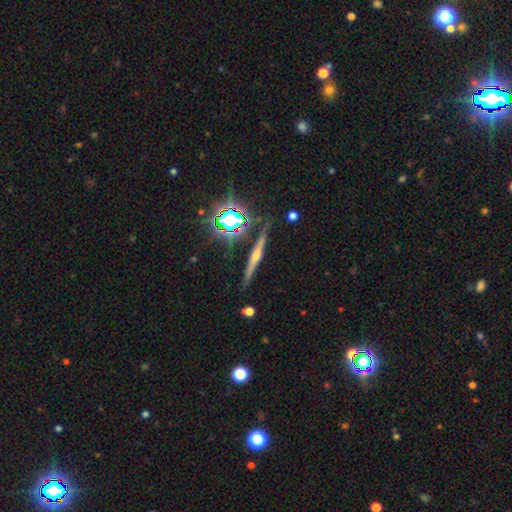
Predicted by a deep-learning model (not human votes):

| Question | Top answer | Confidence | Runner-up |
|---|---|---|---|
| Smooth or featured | featured or disk | 59% | star or artifact (25%) |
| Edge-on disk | yes | 94% | no (6%) |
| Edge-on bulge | rounded | 80% | none (12%) |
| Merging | none | 85% | minor disturbance (8%) |